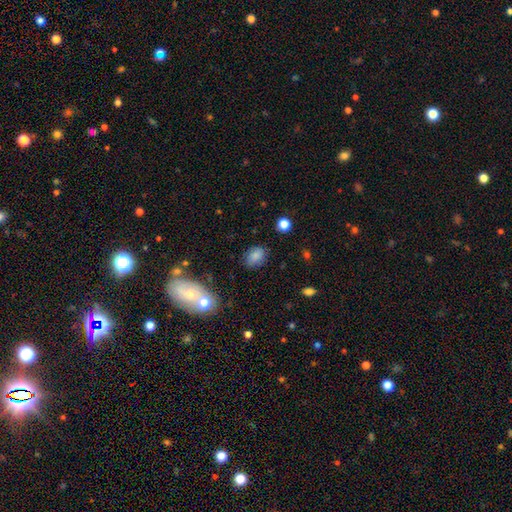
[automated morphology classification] This appears to be a smooth galaxy with no disk features (81%) that is in between round and cigar-shaped (80%). Merging: none (76%).